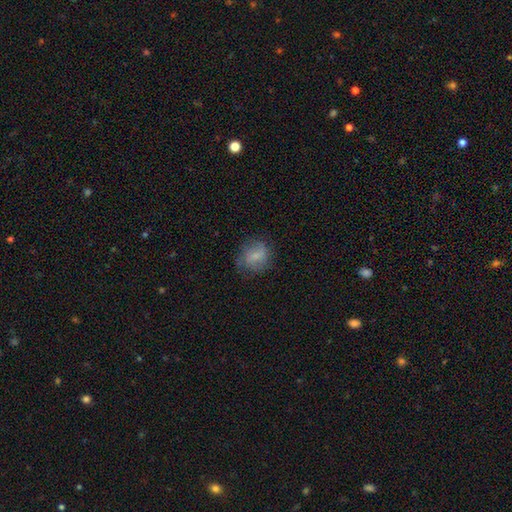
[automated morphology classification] smooth 61%, featured or disk 30%, star or artifact 9%. Down the decision tree: how rounded — round (69%); merging — none (68%).